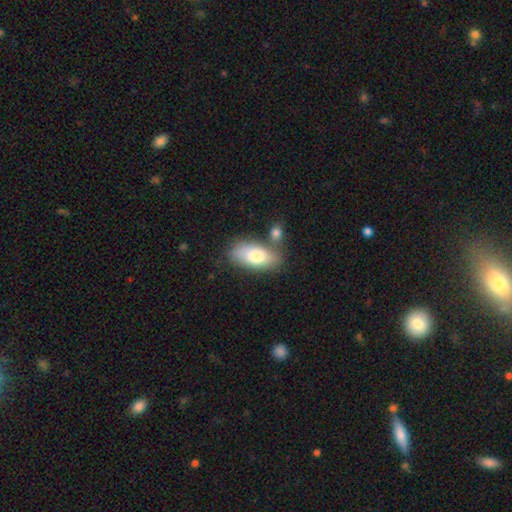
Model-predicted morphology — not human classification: Smooth or featured? smooth (77%)
How rounded? in between (89%)
Merging? none (64%)